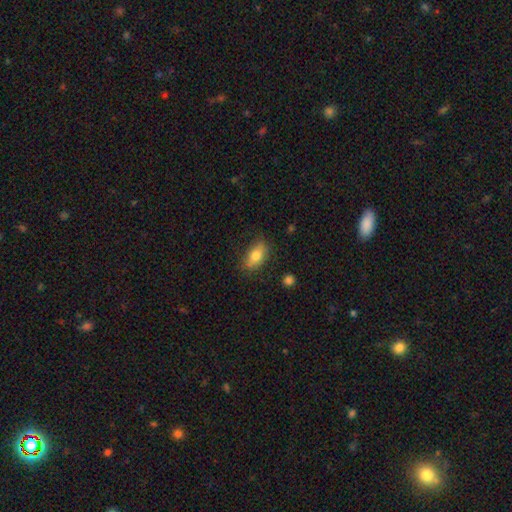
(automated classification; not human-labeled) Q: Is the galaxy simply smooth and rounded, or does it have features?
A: smooth — 77%.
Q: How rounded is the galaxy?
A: in between — 85%.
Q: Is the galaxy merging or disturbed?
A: none — 77%.